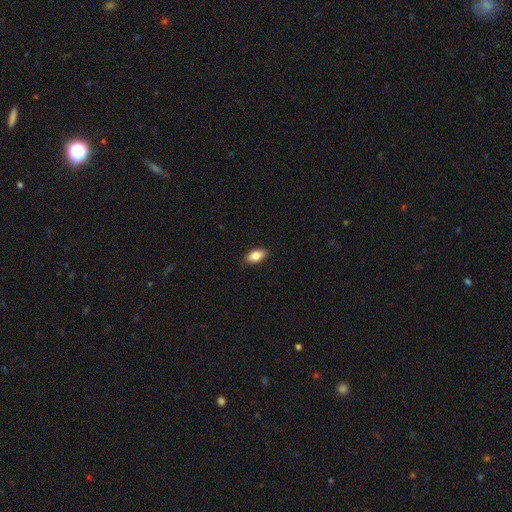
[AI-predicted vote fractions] Smooth or featured: smooth — 82% (featured or disk — 11%)
How rounded: in between — 90% (cigar-shaped — 7%)
Merging: none — 89% (minor disturbance — 9%)